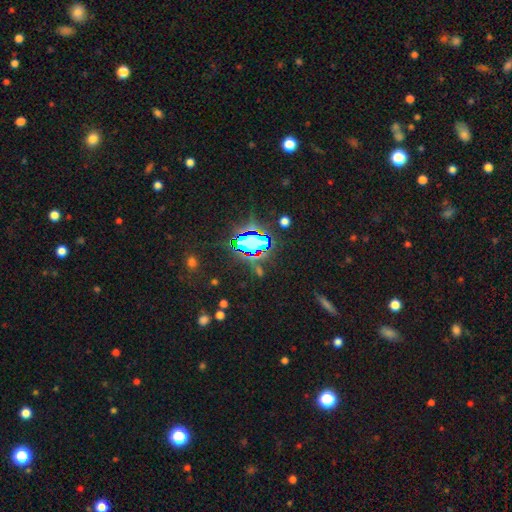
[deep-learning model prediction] Smooth or featured: star or artifact — 81% (smooth — 12%)